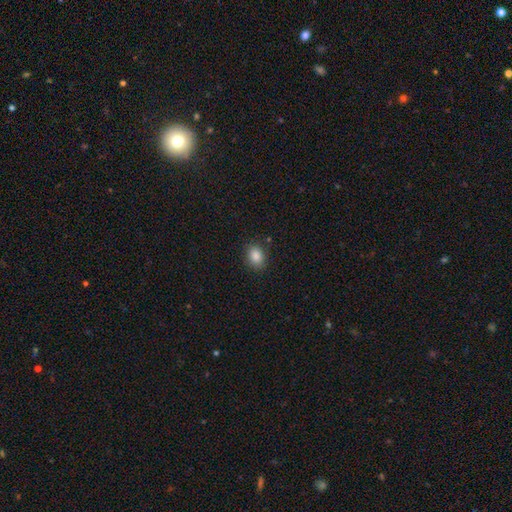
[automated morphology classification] The model was most divided on "how rounded": in between: 64%, round: 35%, cigar-shaped: 1%. More confident: merging — none (86%); smooth or featured — smooth (86%).